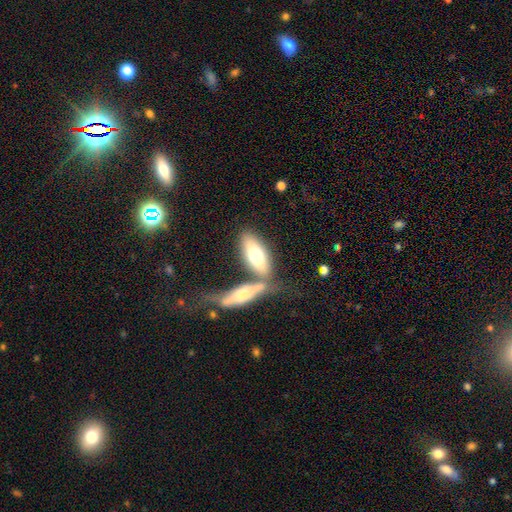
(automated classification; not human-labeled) Overall: smooth (62%; featured or disk 32%). How rounded: in between (72%). Merging: none (49%; merger 32%).